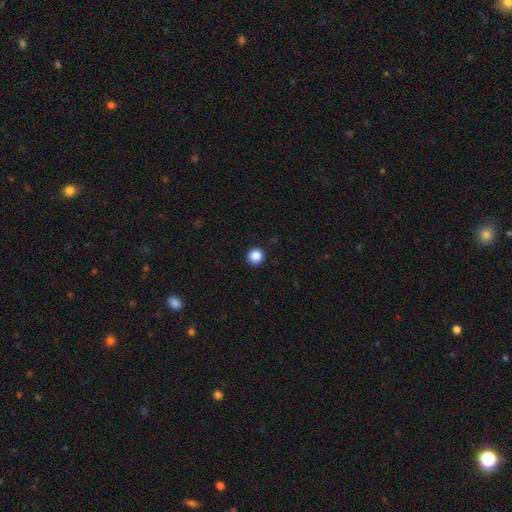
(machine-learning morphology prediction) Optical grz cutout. It shows a smooth galaxy with no disk features (87%) that is round (94%). Merging: none (93%).